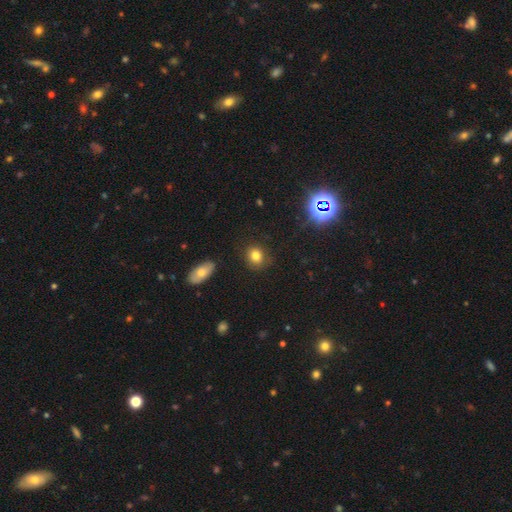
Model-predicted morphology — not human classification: Q: Smooth or featured?
A: smooth (80%); runner-up: star or artifact (13%)
Q: How rounded?
A: round (75%); runner-up: in between (24%)
Q: Merging?
A: none (85%); runner-up: minor disturbance (10%)